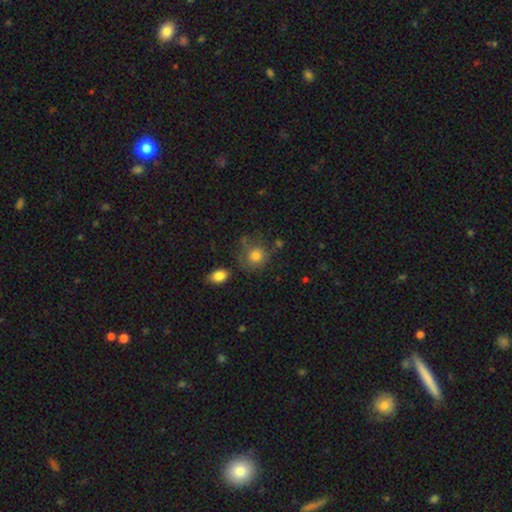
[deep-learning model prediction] The model was most divided on "merging": none: 62%, minor disturbance: 21%, major disturbance: 9%, merger: 7%. More confident: how rounded — round (84%); smooth or featured — smooth (76%).